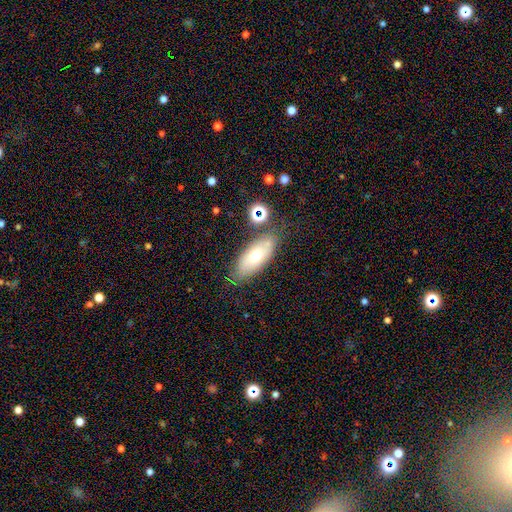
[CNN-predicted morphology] A smooth galaxy with no disk features (62%) that is in between round and cigar-shaped (80%).

Vote fractions:
- Smooth or featured? smooth: 62% / featured or disk: 28% / star or artifact: 10%
- How rounded? in between: 80% / cigar-shaped: 16% / round: 4%
- Merging? none: 73% / minor disturbance: 16% / merger: 7% / major disturbance: 5%